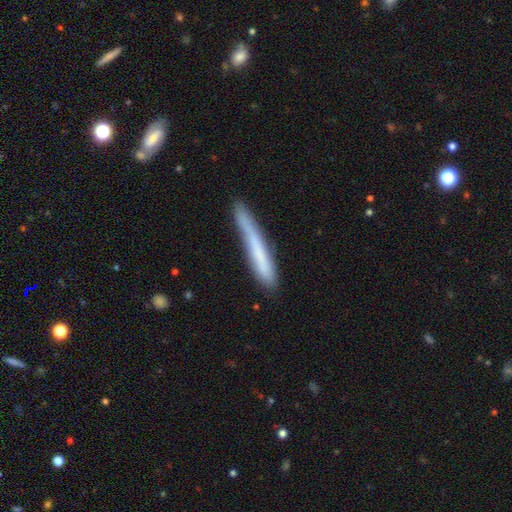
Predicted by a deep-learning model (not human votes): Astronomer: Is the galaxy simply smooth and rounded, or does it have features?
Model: smooth — 60%.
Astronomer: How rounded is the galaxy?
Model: cigar-shaped — 96%.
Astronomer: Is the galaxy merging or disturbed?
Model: none — 71%.